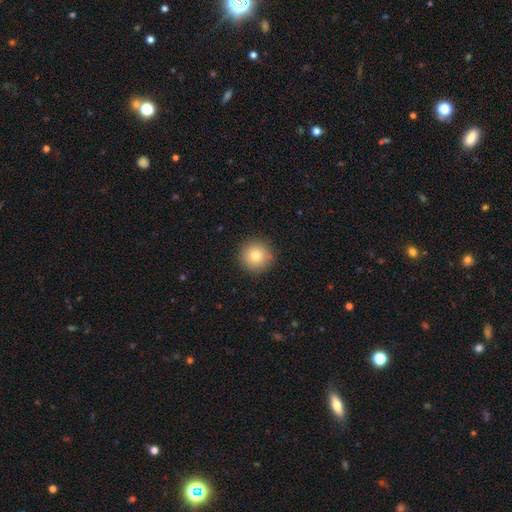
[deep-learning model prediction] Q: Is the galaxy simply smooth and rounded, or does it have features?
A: smooth — 78%.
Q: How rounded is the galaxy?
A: round — 96%.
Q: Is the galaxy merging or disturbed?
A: none — 91%.